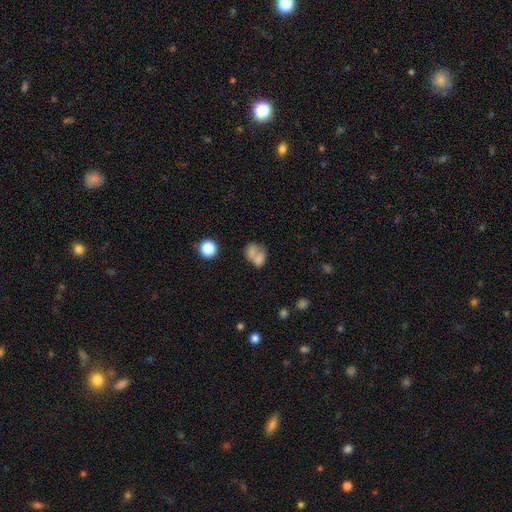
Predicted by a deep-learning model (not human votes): Smooth or featured? Predicted: smooth (p=0.67). How rounded? Predicted: in between (p=0.56). Merging? Predicted: merger (p=0.61).